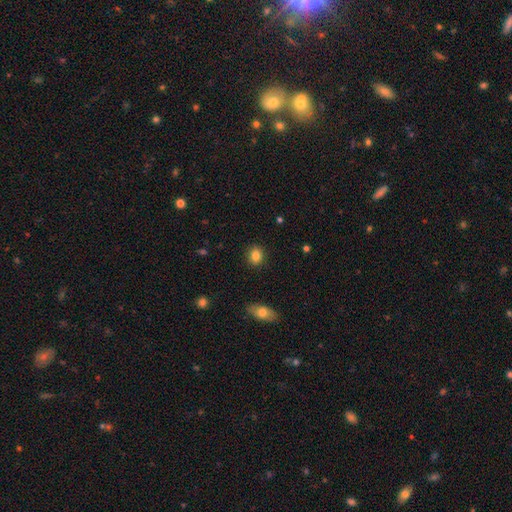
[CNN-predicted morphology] Smooth or featured?
  - smooth: 85% *
  - star or artifact: 9%
  - featured or disk: 6%
How rounded?
  - round: 62% *
  - in between: 37%
  - cigar-shaped: 1%
Merging?
  - none: 90% *
  - minor disturbance: 7%
  - major disturbance: 2%
  - merger: 1%